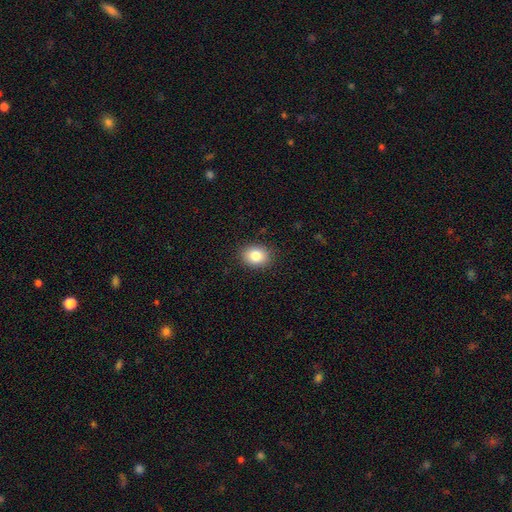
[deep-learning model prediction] Smooth or featured? smooth (84%)
How rounded? in between (52%)
Merging? none (89%)